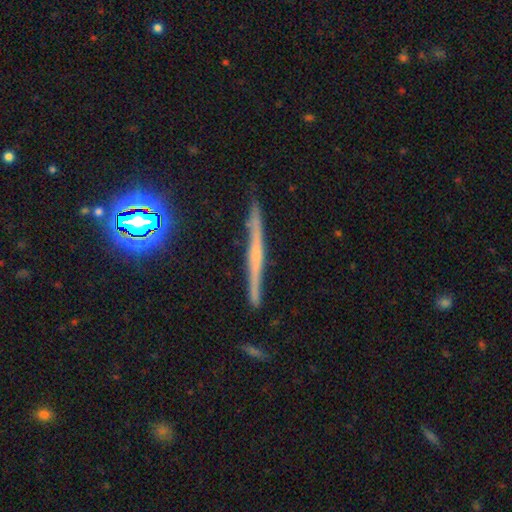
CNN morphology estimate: Smooth or featured? Predicted: featured or disk (p=0.61). Edge-on disk? Predicted: yes (p=0.96). Edge-on bulge? Predicted: none (p=0.61). Merging? Predicted: none (p=0.87).